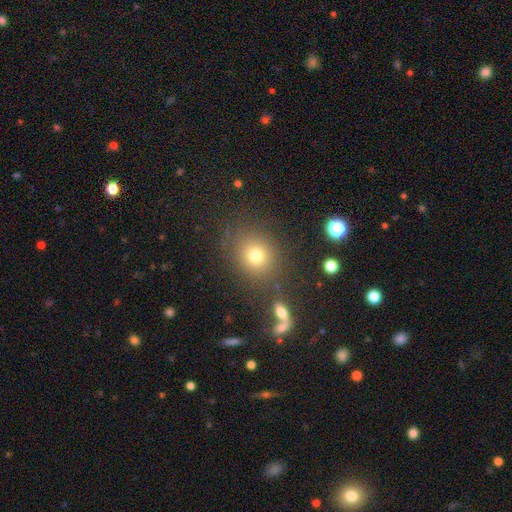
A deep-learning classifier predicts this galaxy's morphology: A smooth galaxy with no disk features (75%) that is round (76%).

Vote fractions:
- Smooth or featured? smooth: 75% / star or artifact: 15% / featured or disk: 10%
- How rounded? round: 76% / in between: 23% / cigar-shaped: 1%
- Merging? none: 79% / minor disturbance: 10% / merger: 6% / major disturbance: 5%